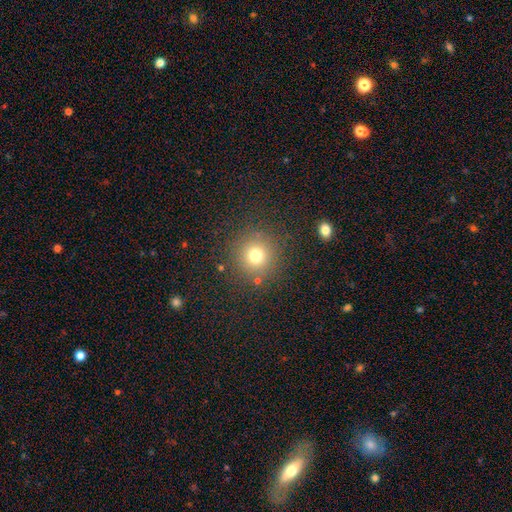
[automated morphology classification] smooth-or-featured: smooth: 74% | star or artifact: 18% | featured or disk: 9%
  how-rounded: round: 94% | in between: 5% | cigar-shaped: 1%
  merging: none: 86% | minor disturbance: 8% | major disturbance: 4% | merger: 3%